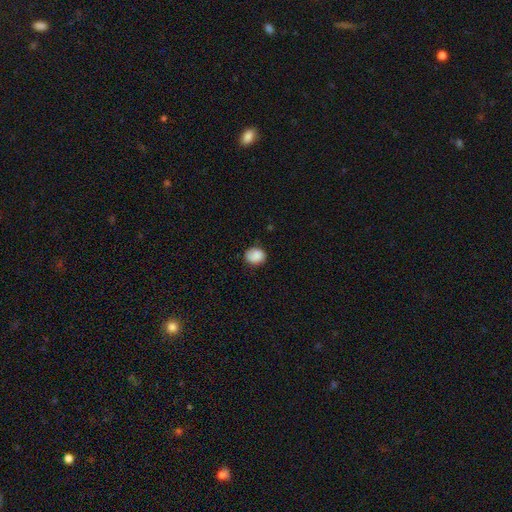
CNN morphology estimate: Overall: smooth (87%). How rounded: round (61%; in between 38%). Merging: none (76%).